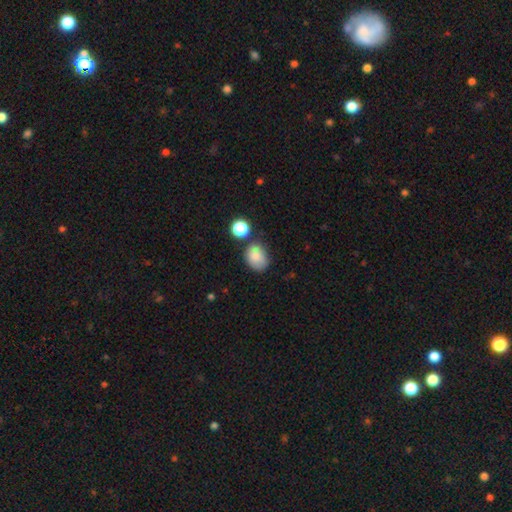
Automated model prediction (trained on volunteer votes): Smooth or featured? smooth (83%)
How rounded? in between (66%)
Merging? none (65%)